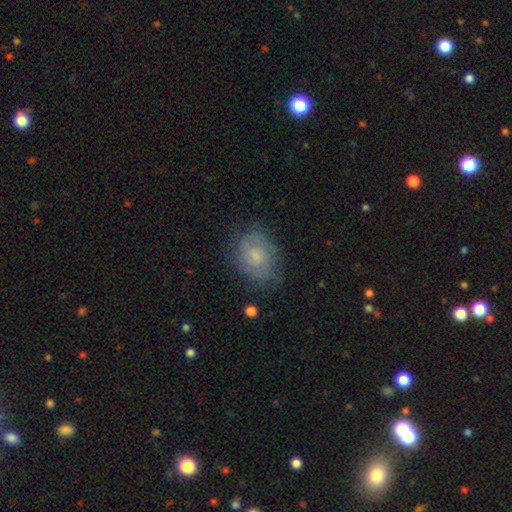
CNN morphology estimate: Smooth or featured: featured or disk — 57% (smooth — 34%)
Edge-on disk: no — 97% (yes — 3%)
Bar: no — 68% (weak — 29%)
Spiral arms: yes — 86% (no — 14%)
Bulge size: small — 48% (moderate — 27%)
Merging: none — 71% (minor disturbance — 20%)